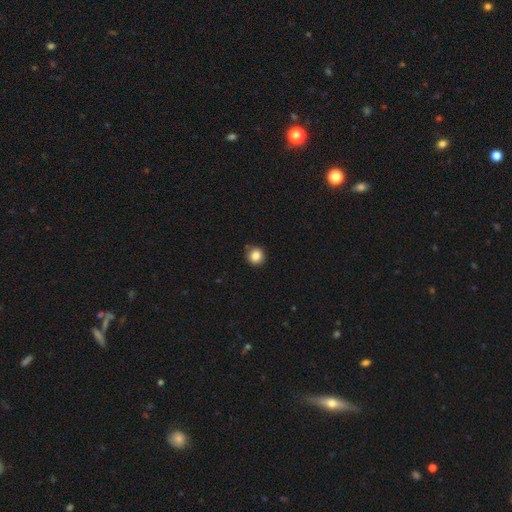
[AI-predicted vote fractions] This is clearly a smooth galaxy (85%). How rounded: clearly round (93%). Merging: clearly none (89%).